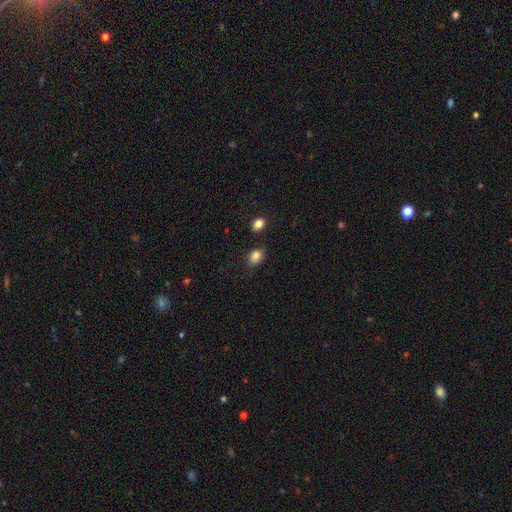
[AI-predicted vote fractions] The model was most divided on "how rounded": in between: 74%, round: 25%, cigar-shaped: 1%. More confident: smooth or featured — smooth (83%); merging — none (76%).